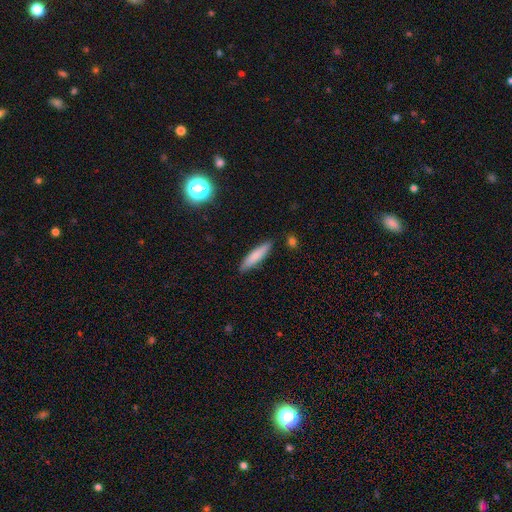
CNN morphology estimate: This is likely a smooth galaxy (78%). How rounded: clearly cigar-shaped (82%). Merging: clearly none (85%).